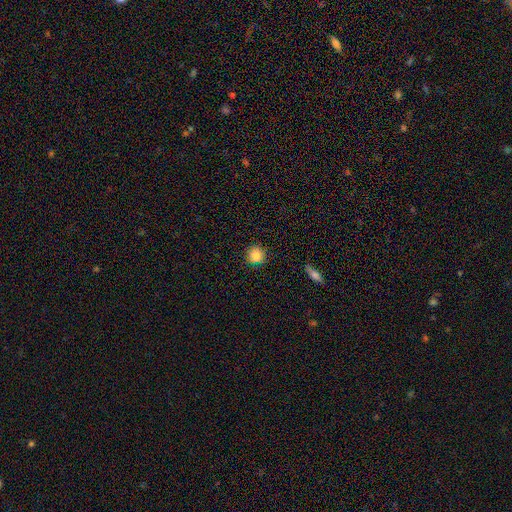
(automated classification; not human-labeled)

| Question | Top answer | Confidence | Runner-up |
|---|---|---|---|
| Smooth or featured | smooth | 84% | star or artifact (10%) |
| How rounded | round | 92% | in between (7%) |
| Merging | none | 88% | minor disturbance (8%) |